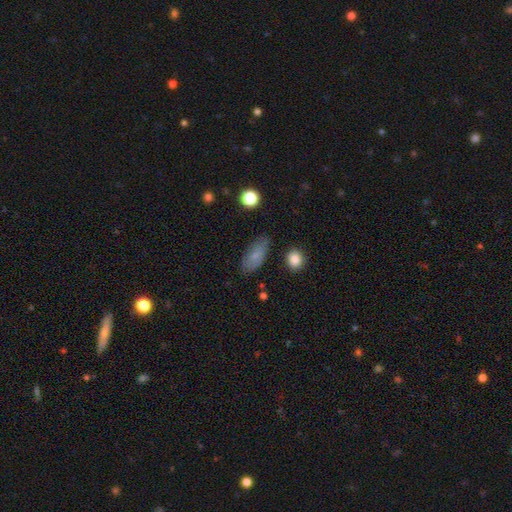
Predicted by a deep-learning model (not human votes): A smooth galaxy with no disk features (72%) that is in between round and cigar-shaped (85%). Merging: none (74%).